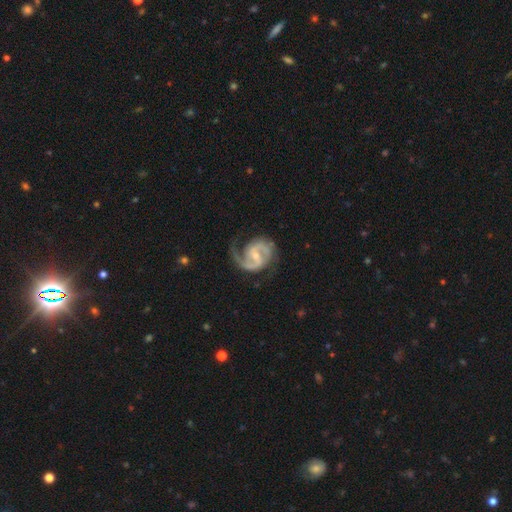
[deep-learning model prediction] Q: Smooth or featured?
A: featured or disk (92%); runner-up: smooth (4%)
Q: Edge-on disk?
A: no (98%); runner-up: yes (2%)
Q: Bar?
A: weak (50%); runner-up: no (26%)
Q: Spiral arms?
A: yes (98%); runner-up: no (2%)
Q: Spiral winding?
A: medium (57%); runner-up: tight (24%)
Q: Spiral arm count?
A: 2 (87%); runner-up: 1 (5%)
Q: Bulge size?
A: small (57%); runner-up: moderate (37%)
Q: Merging?
A: none (66%); runner-up: minor disturbance (21%)